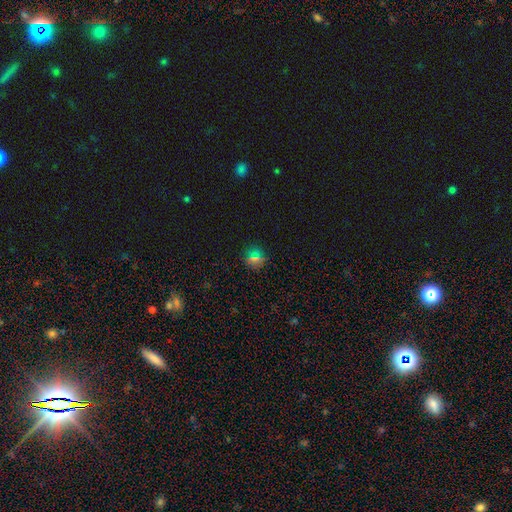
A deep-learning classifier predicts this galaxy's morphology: Smooth or featured? smooth (64%)
How rounded? round (89%)
Merging? none (89%)